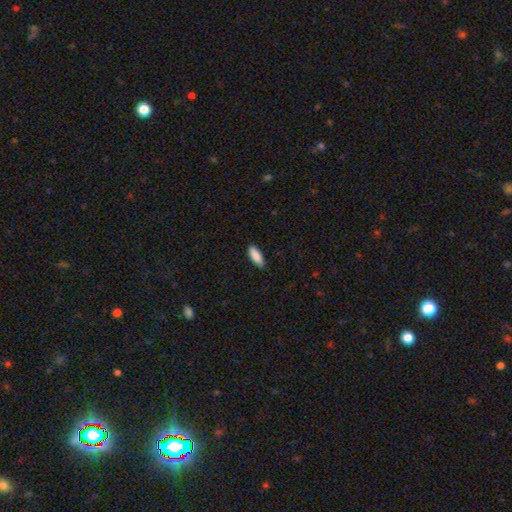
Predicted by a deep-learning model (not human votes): This is clearly a smooth galaxy (89%). How rounded: likely in between (73%). Merging: clearly none (88%).